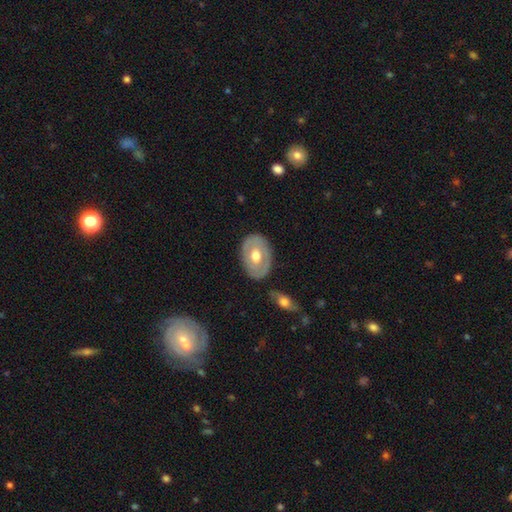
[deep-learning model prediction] smooth_or_featured: featured or disk (p=0.53) [alt: smooth p=0.43]
disk_edge_on: no (p=0.91) [alt: yes p=0.09]
merging: none (p=0.80) [alt: minor disturbance p=0.13]